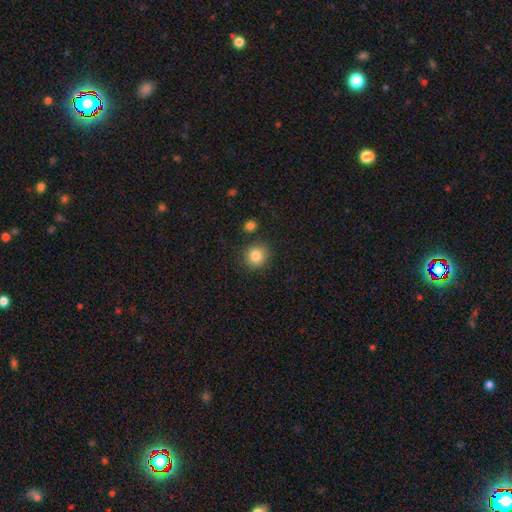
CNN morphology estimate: Smooth or featured? smooth (85%)
How rounded? round (87%)
Merging? none (84%)